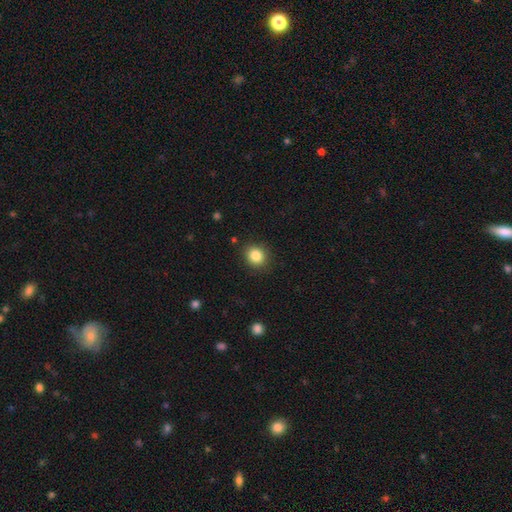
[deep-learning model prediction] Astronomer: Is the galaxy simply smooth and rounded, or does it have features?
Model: smooth — 85%.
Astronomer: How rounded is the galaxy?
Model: round — 76%.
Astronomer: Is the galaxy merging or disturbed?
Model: none — 88%.